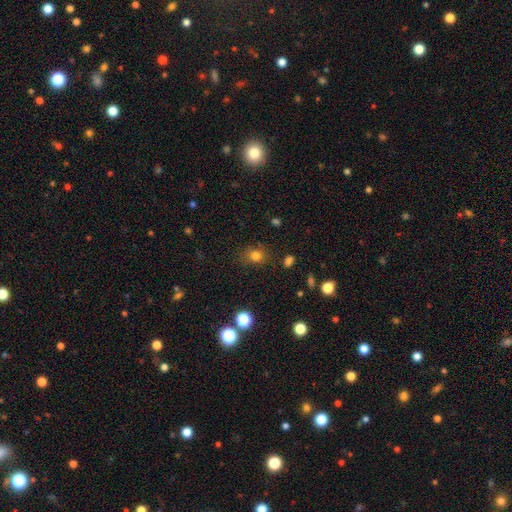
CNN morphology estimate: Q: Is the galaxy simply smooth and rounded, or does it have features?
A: smooth — 77%.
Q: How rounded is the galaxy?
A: round — 65%.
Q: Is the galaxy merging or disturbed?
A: none — 78%.